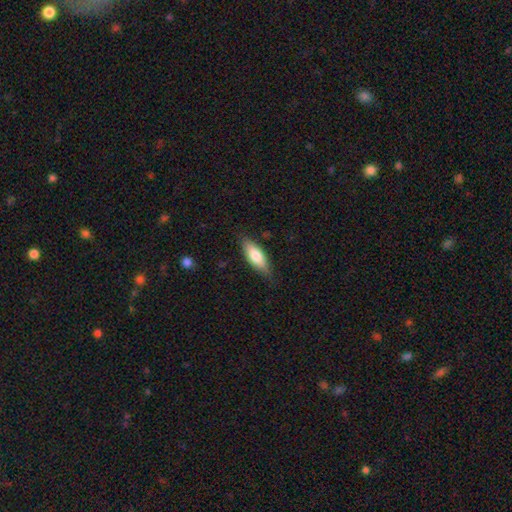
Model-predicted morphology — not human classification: smooth_or_featured: smooth (p=0.75) [alt: featured or disk p=0.20]
how_rounded: in between (p=0.70) [alt: cigar-shaped p=0.27]
merging: none (p=0.77) [alt: minor disturbance p=0.18]